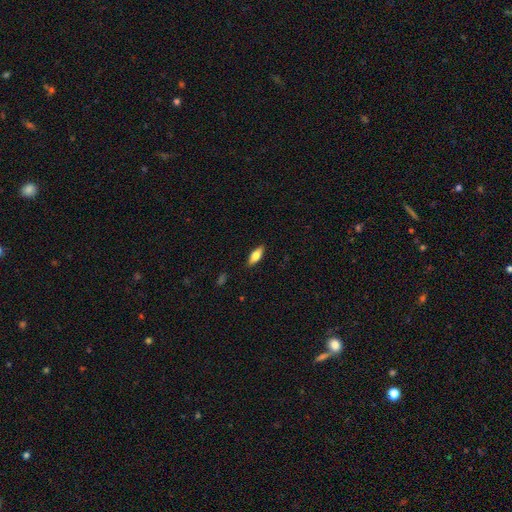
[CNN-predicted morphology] smooth 64%, featured or disk 29%, star or artifact 7%. Down the decision tree: how rounded — in between (68%); merging — none (88%).